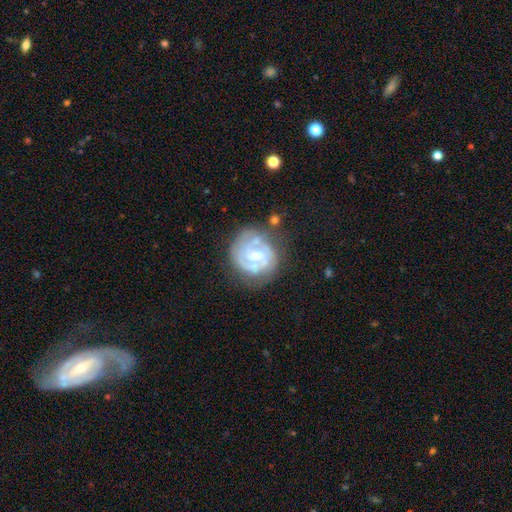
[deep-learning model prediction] smooth_or_featured: featured or disk (p=0.77) [alt: smooth p=0.17]
disk_edge_on: no (p=0.98) [alt: yes p=0.02]
bar: no (p=0.70) [alt: weak p=0.24]
has_spiral_arms: yes (p=0.77) [alt: no p=0.23]
spiral_winding: tight (p=0.63) [alt: medium p=0.27]
spiral_arm_count: can't tell (p=0.34) [tied with: 2 p=0.34]
bulge_size: moderate (p=0.76) [alt: small p=0.16]
merging: none (p=0.60) [alt: minor disturbance p=0.23]